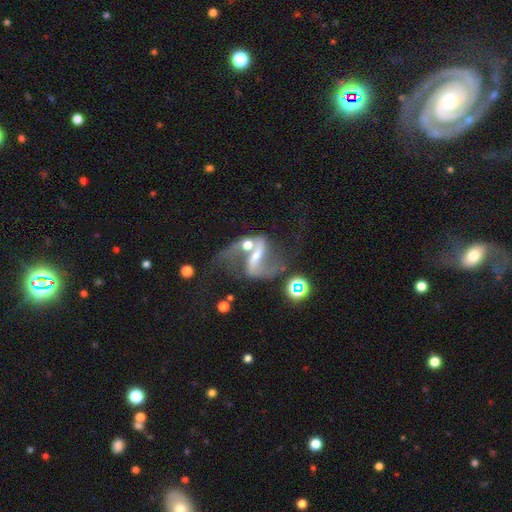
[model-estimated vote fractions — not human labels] Smooth or featured?
  - featured or disk: 83% *
  - star or artifact: 9%
  - smooth: 8%
Edge-on disk?
  - no: 94% *
  - yes: 6%
Bar?
  - strong: 53% *
  - weak: 32%
  - no: 15%
Spiral arms?
  - yes: 92% *
  - no: 8%
Spiral winding?
  - loose: 72% *
  - medium: 23%
  - tight: 5%
Spiral arm count?
  - 2: 89% *
  - 1: 4%
  - can't tell: 4%
  - 3: 1%
  - 4: 1%
  - more than 4: 1%
Bulge size?
  - small: 49% *
  - moderate: 34%
  - none: 11%
  - large: 4%
  - dominant: 2%
Merging?
  - none: 39% *
  - merger: 26%
  - major disturbance: 21%
  - minor disturbance: 14%